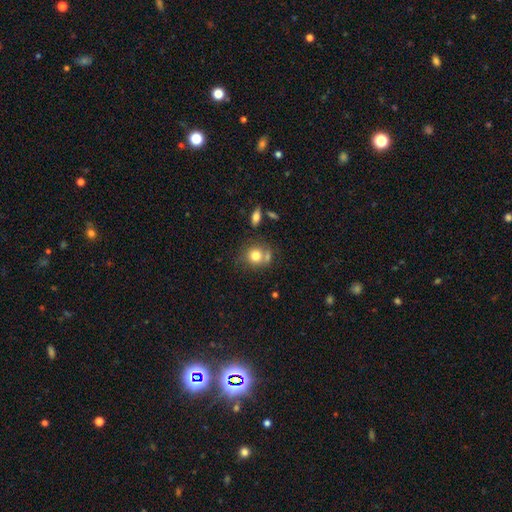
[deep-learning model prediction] Q: Smooth or featured?
A: smooth (77%); runner-up: featured or disk (13%)
Q: How rounded?
A: round (78%); runner-up: in between (21%)
Q: Merging?
A: none (55%); runner-up: merger (25%)